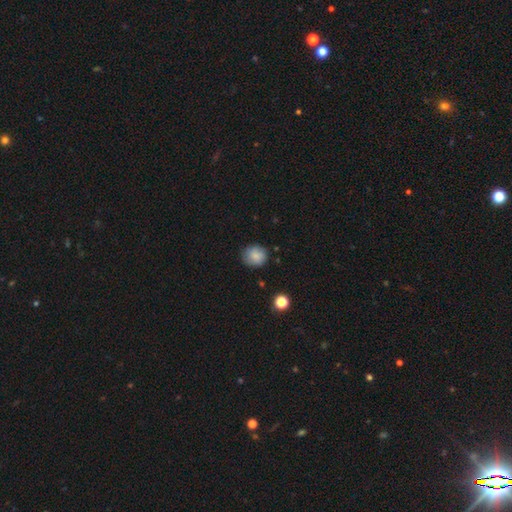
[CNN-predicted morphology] Smooth or featured: smooth — 83% (star or artifact — 8%)
How rounded: round — 81% (in between — 18%)
Merging: none — 81% (minor disturbance — 14%)